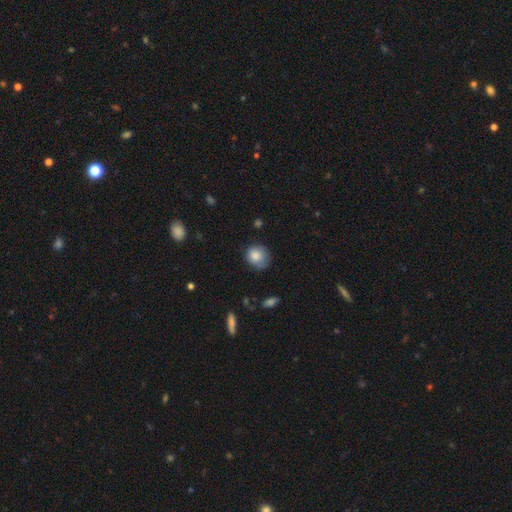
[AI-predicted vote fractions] This is clearly a smooth galaxy (83%). How rounded: likely round (77%). Merging: likely none (64%).